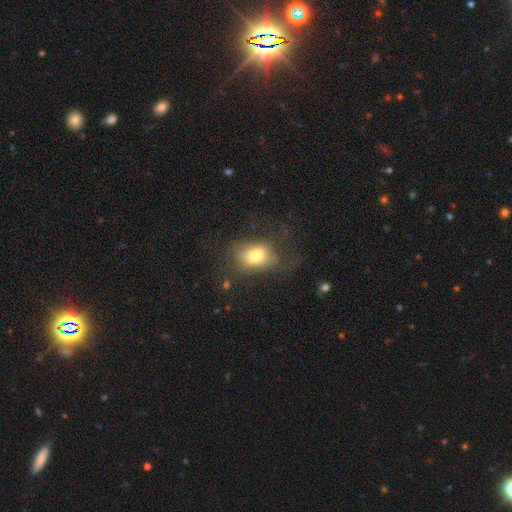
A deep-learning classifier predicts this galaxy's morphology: type=smooth (73%); roundness=in between (71%); merging=none (56%).